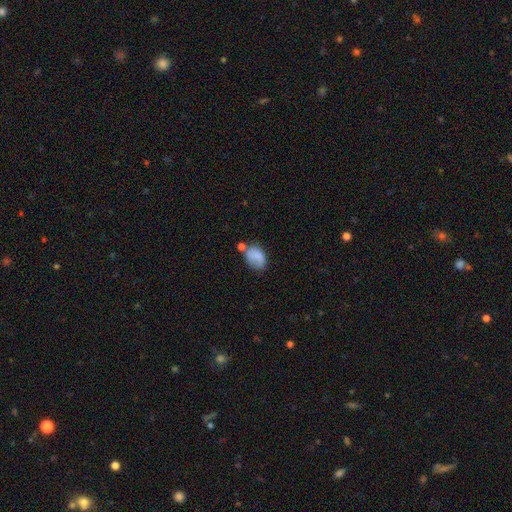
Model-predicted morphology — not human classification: Overall: smooth (76%). How rounded: in between (77%). Merging: none (40%; minor disturbance 28%).